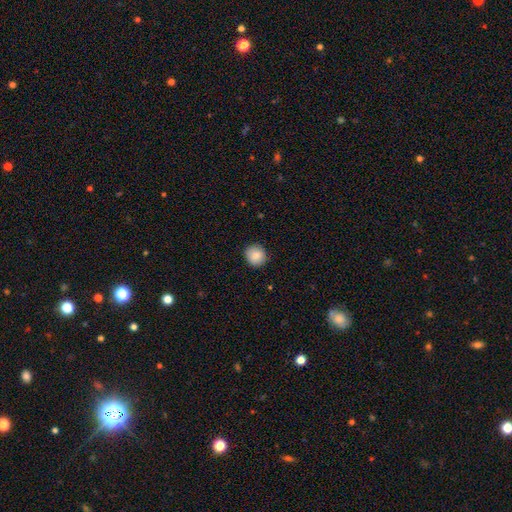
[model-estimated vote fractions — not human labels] This is clearly a smooth galaxy (86%). How rounded: clearly round (91%). Merging: clearly none (89%).